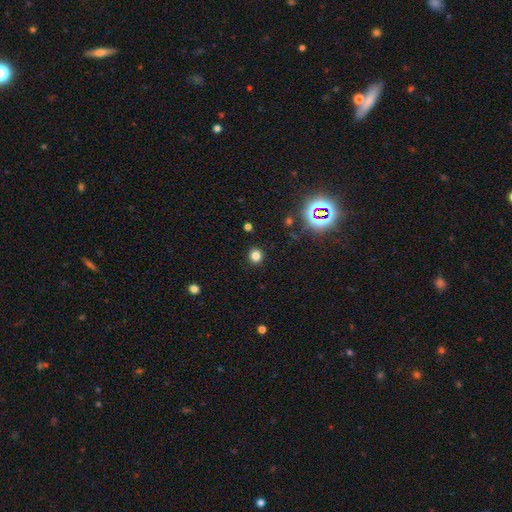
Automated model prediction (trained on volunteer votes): This appears to be a smooth galaxy with no disk features (78%) that is round (90%). Merging: none (91%).